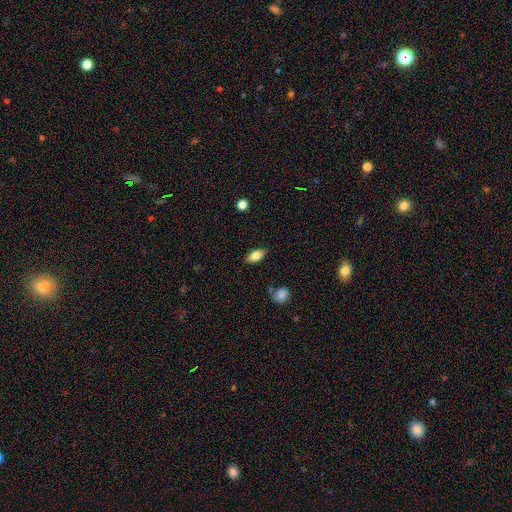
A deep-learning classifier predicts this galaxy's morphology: smooth 75%, featured or disk 17%, star or artifact 8%. Down the decision tree: how rounded — in between (86%); merging — none (85%).